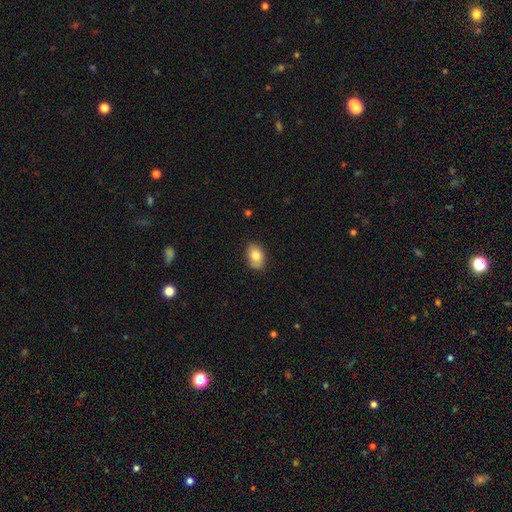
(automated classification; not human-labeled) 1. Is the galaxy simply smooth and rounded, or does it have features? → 80% smooth, 13% featured or disk, 8% star or artifact.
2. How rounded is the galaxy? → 85% in between, 14% round, 1% cigar-shaped.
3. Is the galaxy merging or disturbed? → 79% none, 17% minor disturbance, 3% major disturbance, 1% merger.